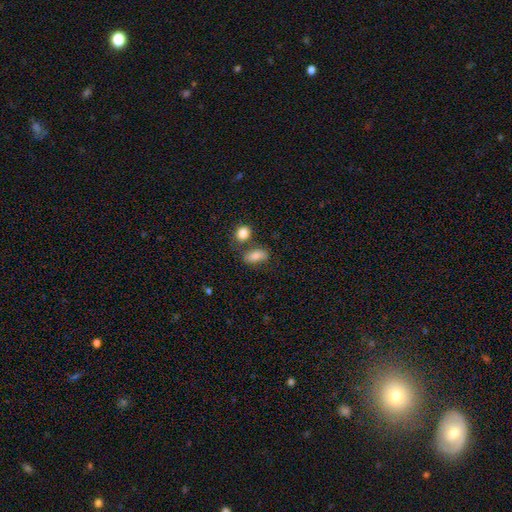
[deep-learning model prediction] smooth-or-featured: smooth: 82% | featured or disk: 9% | star or artifact: 9%
  how-rounded: in between: 85% | round: 10% | cigar-shaped: 5%
  merging: none: 57% | merger: 20% | minor disturbance: 17% | major disturbance: 6%